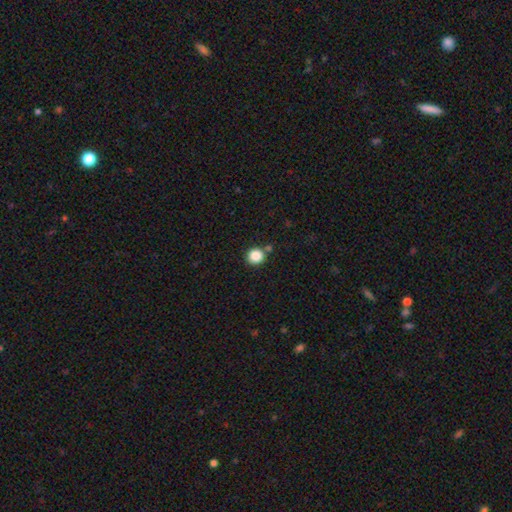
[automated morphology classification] Smooth or featured?
  - smooth: 86% *
  - star or artifact: 11%
  - featured or disk: 3%
How rounded?
  - round: 91% *
  - in between: 8%
  - cigar-shaped: 1%
Merging?
  - none: 78% *
  - merger: 10%
  - minor disturbance: 9%
  - major disturbance: 3%